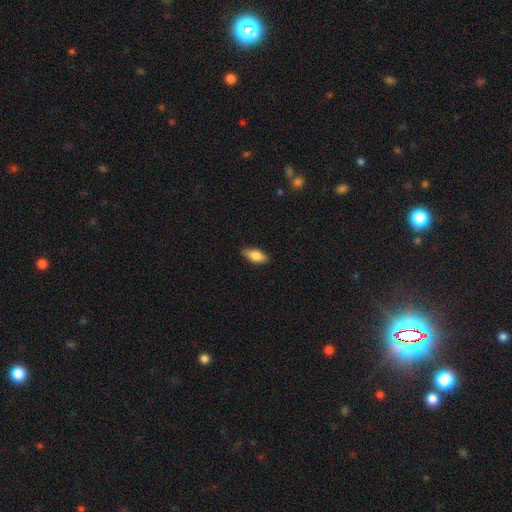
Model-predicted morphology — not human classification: A smooth galaxy with no disk features (76%) that is in between round and cigar-shaped (83%).

Vote fractions:
- Smooth or featured? smooth: 76% / featured or disk: 17% / star or artifact: 6%
- How rounded? in between: 83% / cigar-shaped: 14% / round: 3%
- Merging? none: 87% / minor disturbance: 10% / major disturbance: 2% / merger: 1%